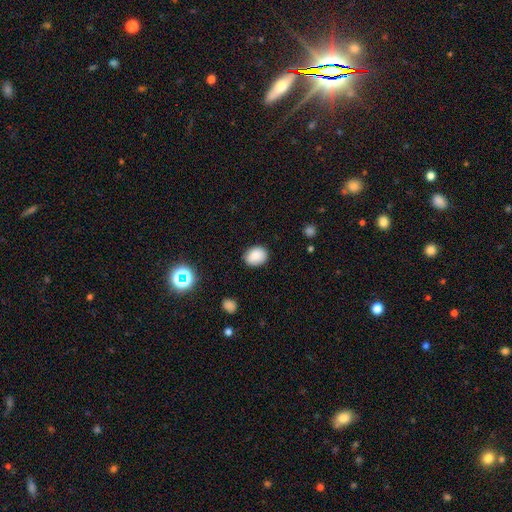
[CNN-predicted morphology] type=smooth (86%); roundness=in between (55%); merging=none (85%).